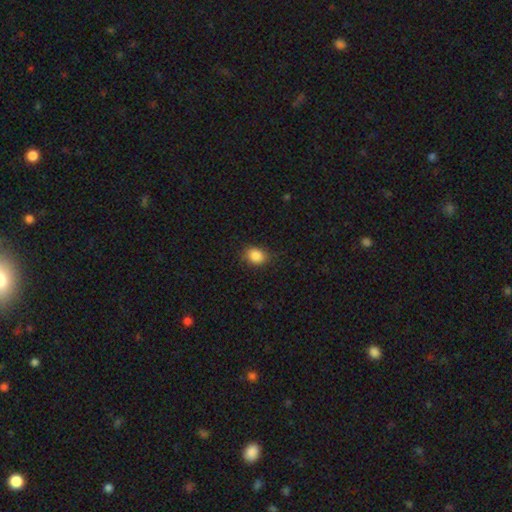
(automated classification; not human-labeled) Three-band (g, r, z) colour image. It shows a smooth galaxy with no disk features (87%) that is in between round and cigar-shaped (58%). Merging: none (82%).